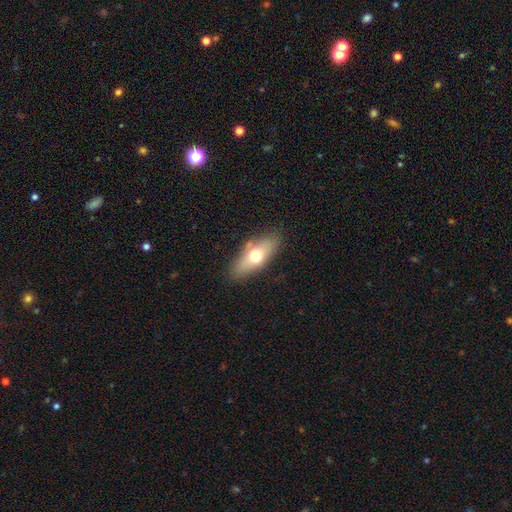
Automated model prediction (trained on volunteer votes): Smooth or featured? smooth (62%)
How rounded? in between (75%)
Merging? none (81%)